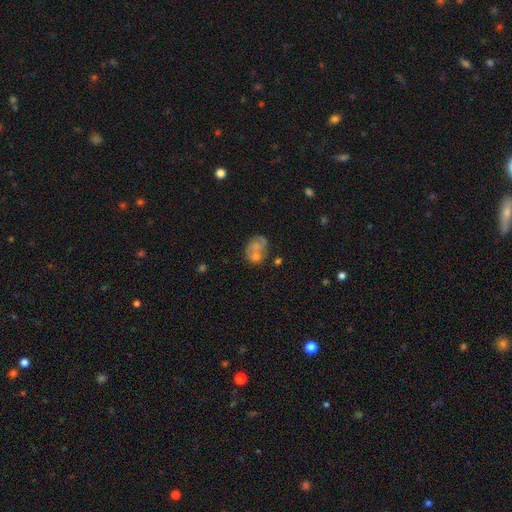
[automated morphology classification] Smooth or featured?
  - smooth: 44% *
  - featured or disk: 43%
  - star or artifact: 13%
Merging?
  - none: 40% *
  - merger: 24%
  - minor disturbance: 20%
  - major disturbance: 15%